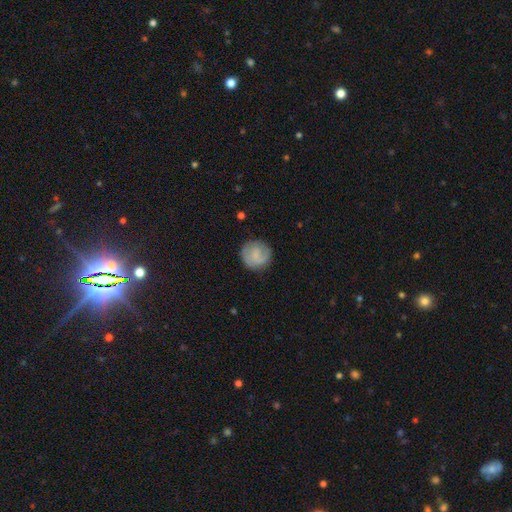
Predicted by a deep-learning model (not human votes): The model was most divided on "smooth or featured": smooth: 54%, featured or disk: 38%, star or artifact: 7%. More confident: how rounded — round (91%); merging — none (79%).